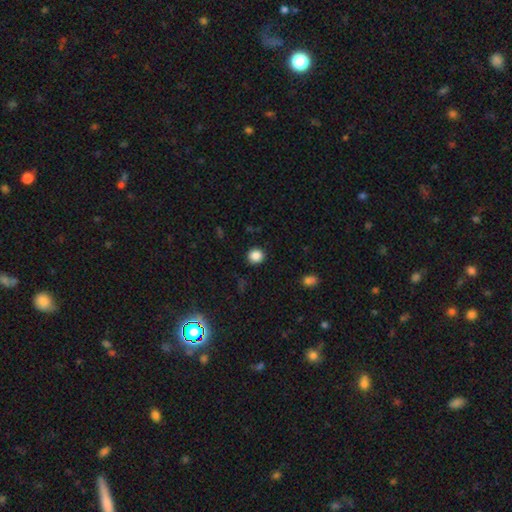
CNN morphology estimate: Smooth or featured: smooth — 86% (star or artifact — 11%)
How rounded: round — 90% (in between — 9%)
Merging: none — 91% (minor disturbance — 6%)